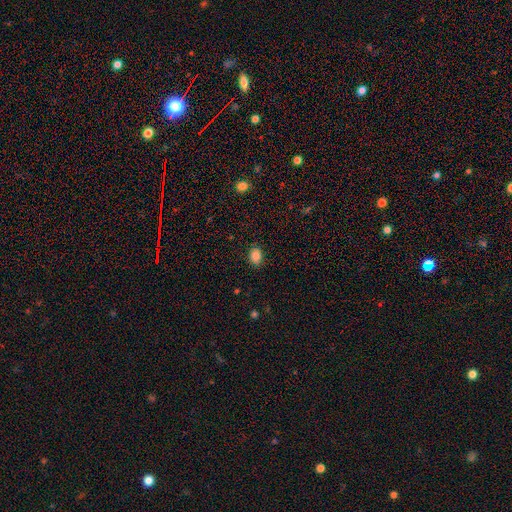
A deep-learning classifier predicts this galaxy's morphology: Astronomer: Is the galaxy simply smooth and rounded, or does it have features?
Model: smooth — 86%.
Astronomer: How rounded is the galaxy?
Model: in between — 70%.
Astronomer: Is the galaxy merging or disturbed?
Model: none — 86%.